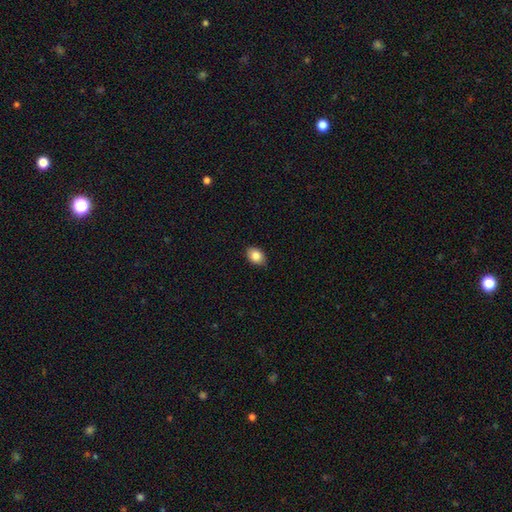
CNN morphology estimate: A smooth galaxy with no disk features (84%) that is in between round and cigar-shaped (76%). Merging: none (85%).